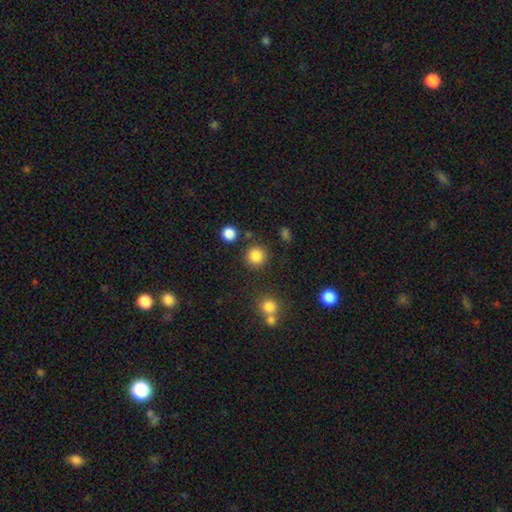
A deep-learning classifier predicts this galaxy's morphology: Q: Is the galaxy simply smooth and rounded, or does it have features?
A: smooth — 85%.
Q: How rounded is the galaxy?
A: round — 94%.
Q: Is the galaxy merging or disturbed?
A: none — 86%.